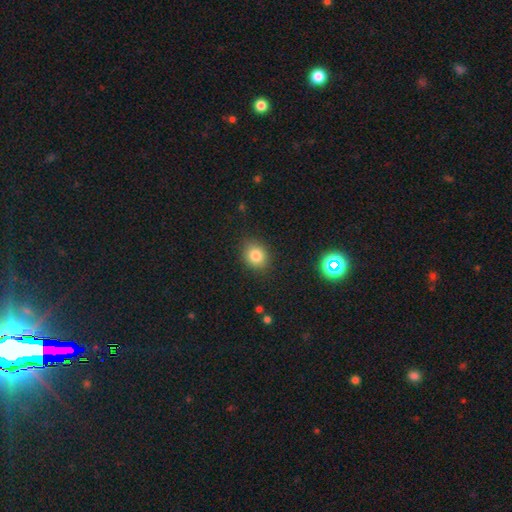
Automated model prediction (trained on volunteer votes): Smooth or featured?
  - smooth: 82% *
  - star or artifact: 12%
  - featured or disk: 7%
How rounded?
  - round: 68% *
  - in between: 31%
  - cigar-shaped: 1%
Merging?
  - none: 86% *
  - minor disturbance: 10%
  - major disturbance: 3%
  - merger: 1%